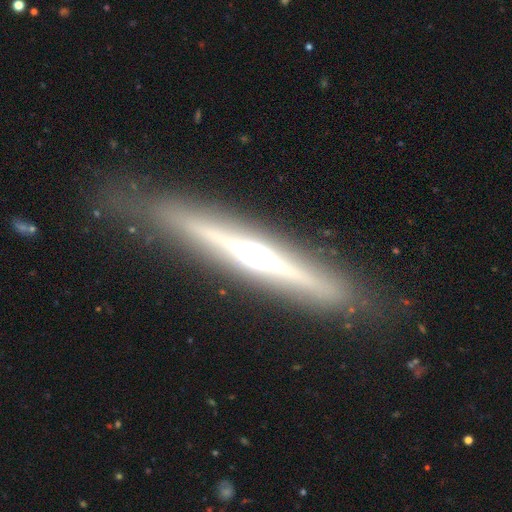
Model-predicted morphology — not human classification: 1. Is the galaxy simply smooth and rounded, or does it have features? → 78% featured or disk, 15% smooth, 7% star or artifact.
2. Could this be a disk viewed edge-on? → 96% yes, 4% no.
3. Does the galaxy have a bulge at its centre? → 89% rounded, 7% boxy, 4% none.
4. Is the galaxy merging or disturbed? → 84% none, 11% minor disturbance, 4% major disturbance, 2% merger.